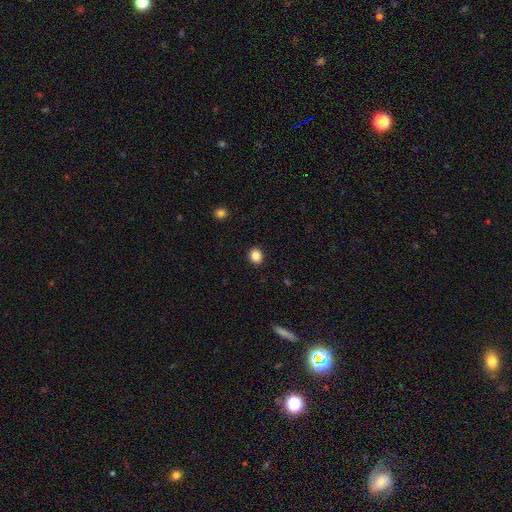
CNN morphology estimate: Smooth or featured? Predicted: smooth (p=0.86). How rounded? Predicted: round (p=0.77). Merging? Predicted: none (p=0.92).